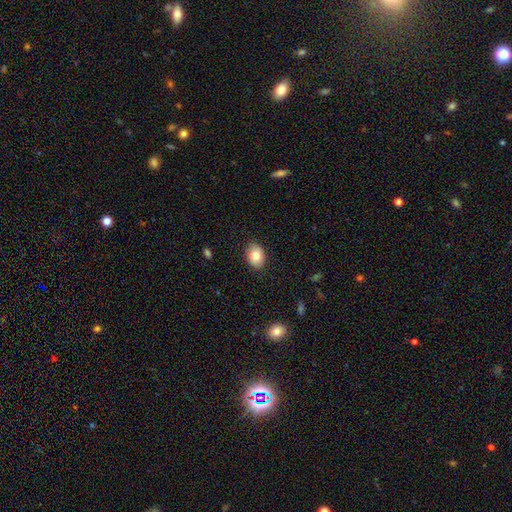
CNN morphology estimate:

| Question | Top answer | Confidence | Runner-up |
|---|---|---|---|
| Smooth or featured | smooth | 81% | featured or disk (11%) |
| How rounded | in between | 70% | round (29%) |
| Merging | none | 89% | minor disturbance (8%) |